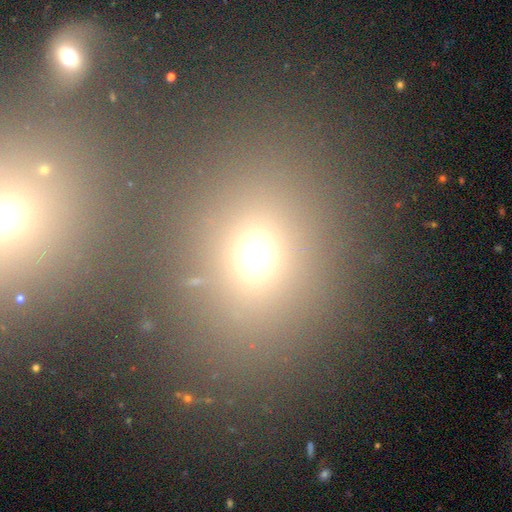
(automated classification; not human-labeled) smooth 64%, star or artifact 26%, featured or disk 11%. Down the decision tree: how rounded — round (67%); merging — none (71%).